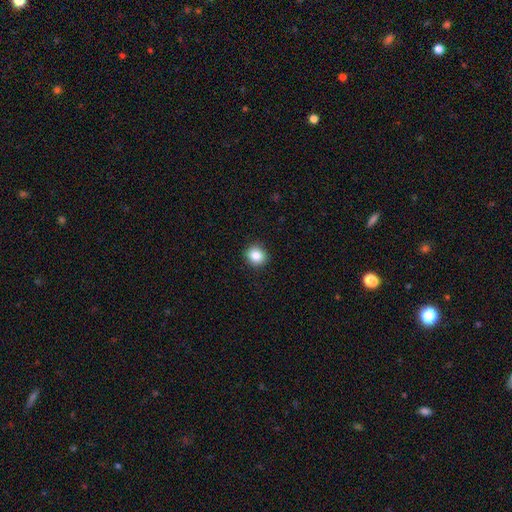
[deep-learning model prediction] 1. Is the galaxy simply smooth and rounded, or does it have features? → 86% smooth, 9% star or artifact, 5% featured or disk.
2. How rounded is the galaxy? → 80% round, 19% in between, 1% cigar-shaped.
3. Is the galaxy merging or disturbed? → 91% none, 6% minor disturbance, 2% major disturbance, 1% merger.